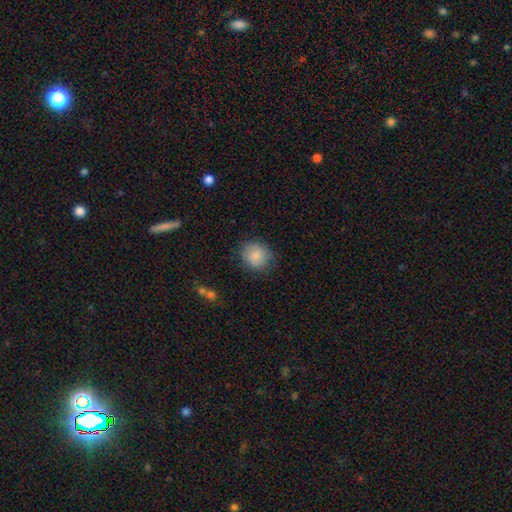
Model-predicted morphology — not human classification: Smooth or featured? Predicted: smooth (p=0.85). How rounded? Predicted: round (p=0.82). Merging? Predicted: none (p=0.81).